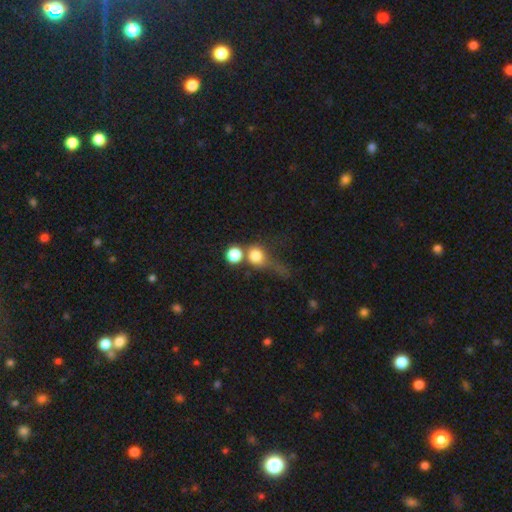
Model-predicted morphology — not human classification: Q: Smooth or featured?
A: smooth (75%); runner-up: star or artifact (13%)
Q: How rounded?
A: round (80%); runner-up: in between (18%)
Q: Merging?
A: merger (39%); runner-up: none (34%)